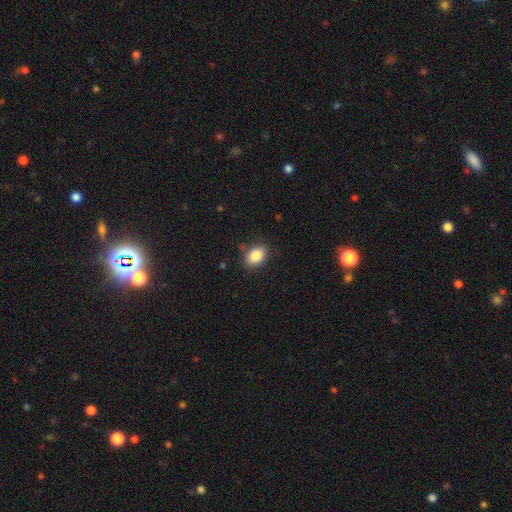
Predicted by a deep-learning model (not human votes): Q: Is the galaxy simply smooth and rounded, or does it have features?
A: smooth — 87%.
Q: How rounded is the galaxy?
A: in between — 77%.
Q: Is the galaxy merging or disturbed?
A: none — 83%.